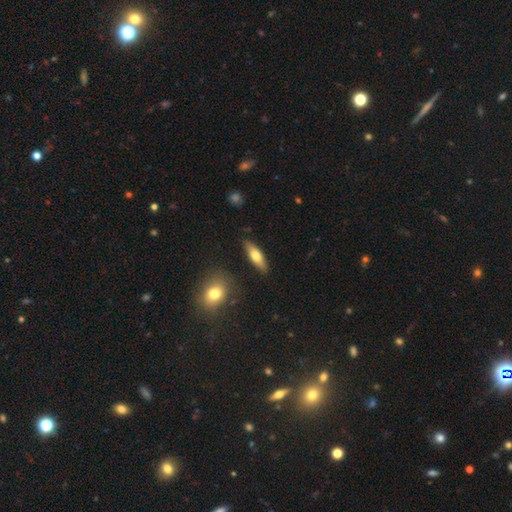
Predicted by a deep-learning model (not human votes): Q: Smooth or featured?
A: smooth (64%); runner-up: featured or disk (30%)
Q: How rounded?
A: in between (50%); runner-up: cigar-shaped (47%)
Q: Merging?
A: none (86%); runner-up: minor disturbance (10%)